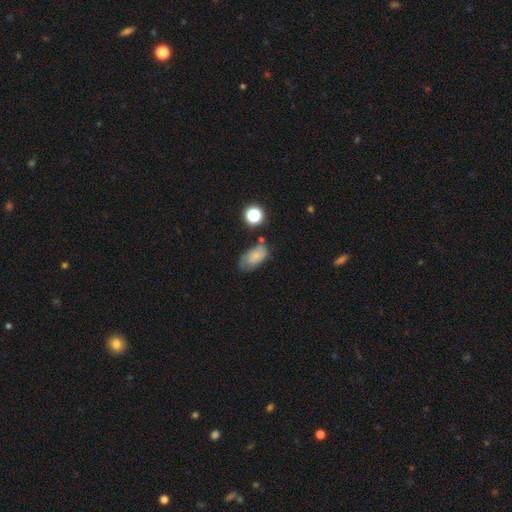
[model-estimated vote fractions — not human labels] smooth-or-featured: smooth: 69% | featured or disk: 20% | star or artifact: 11%
  how-rounded: in between: 90% | round: 7% | cigar-shaped: 2%
  merging: none: 56% | minor disturbance: 28% | major disturbance: 10% | merger: 6%